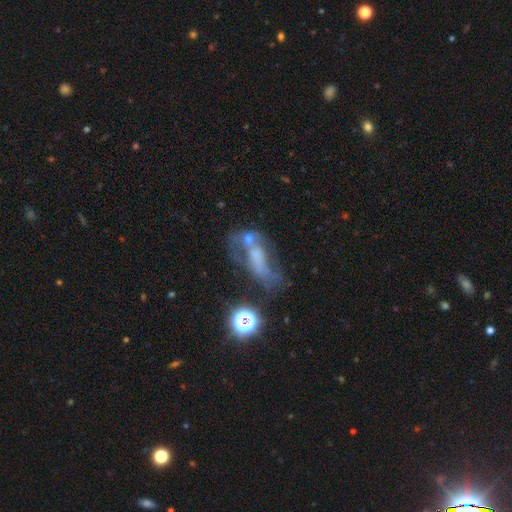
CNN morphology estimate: type=featured or disk (47%); merging=major disturbance (32%).